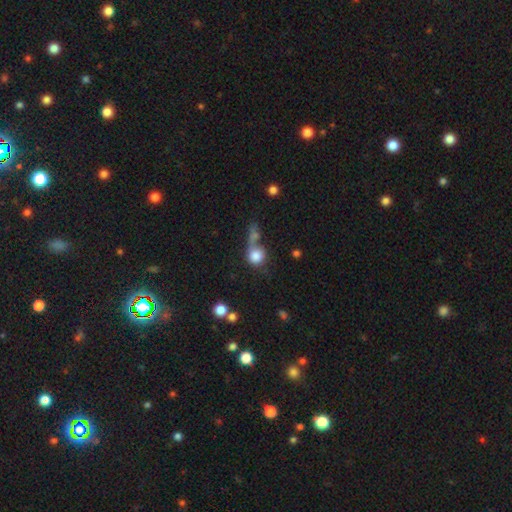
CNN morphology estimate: Smooth or featured? Predicted: smooth (p=0.81). How rounded? Predicted: round (p=0.84). Merging? Predicted: none (p=0.37).